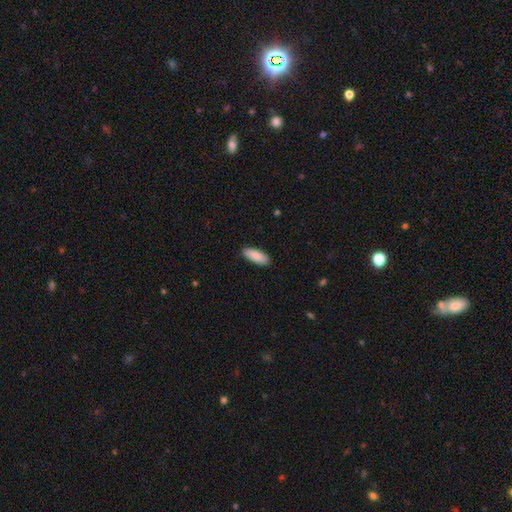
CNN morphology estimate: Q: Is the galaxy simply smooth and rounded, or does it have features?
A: smooth — 88%.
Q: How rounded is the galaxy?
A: in between — 75%.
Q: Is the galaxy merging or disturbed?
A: none — 89%.